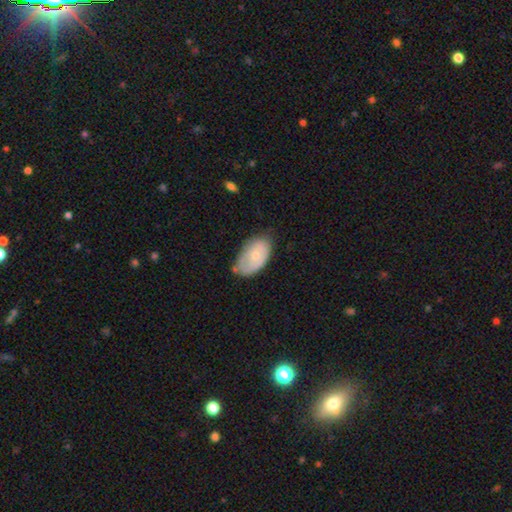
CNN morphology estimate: Smooth or featured: smooth — 60% (featured or disk — 34%)
How rounded: in between — 93% (round — 5%)
Merging: none — 53% (minor disturbance — 35%)